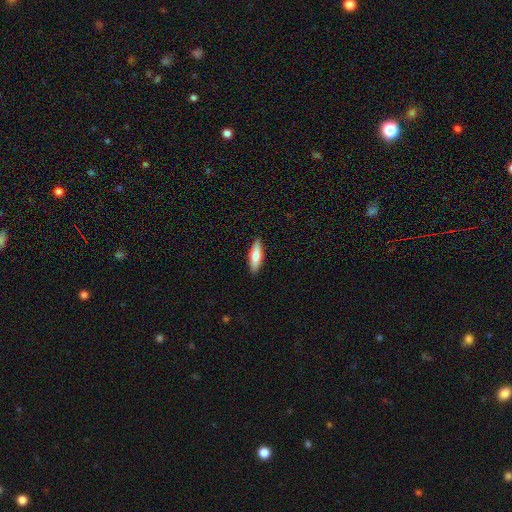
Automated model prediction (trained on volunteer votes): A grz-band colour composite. It shows a smooth galaxy with no disk features (73%) that is cigar-shaped (56%). Merging: none (90%).